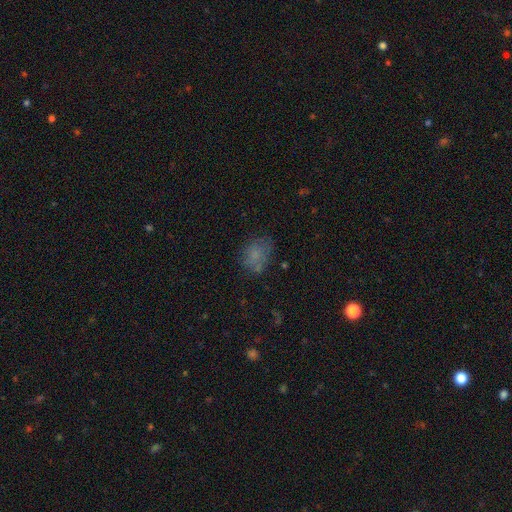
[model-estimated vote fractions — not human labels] The model was most divided on "how rounded": in between: 63%, round: 36%, cigar-shaped: 1%. More confident: smooth or featured — smooth (67%); merging — none (58%).